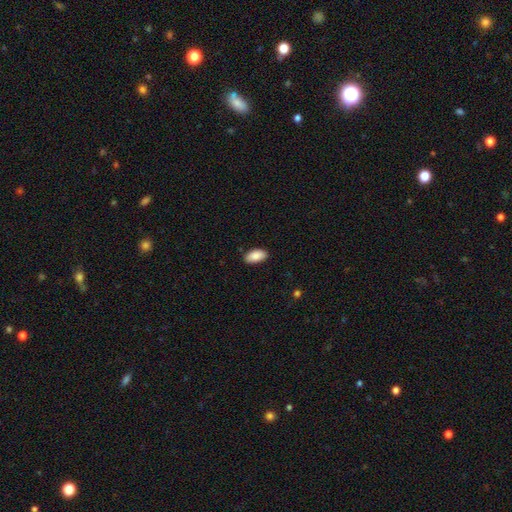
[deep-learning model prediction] A smooth galaxy with no disk features (89%) that is in between round and cigar-shaped (94%).

Vote fractions:
- Smooth or featured? smooth: 89% / star or artifact: 6% / featured or disk: 5%
- How rounded? in between: 94% / cigar-shaped: 3% / round: 2%
- Merging? none: 87% / minor disturbance: 10% / major disturbance: 2% / merger: 1%